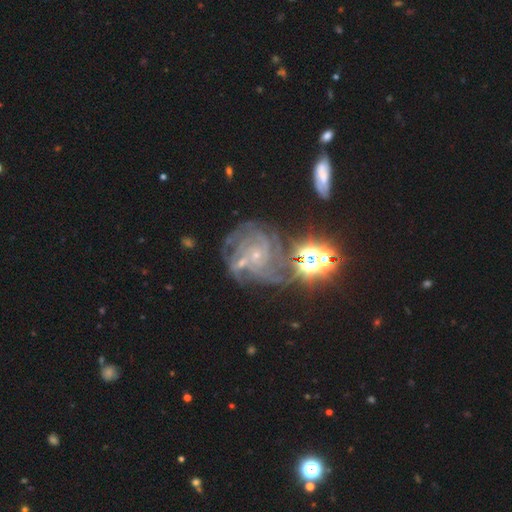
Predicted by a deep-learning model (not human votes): Smooth or featured: featured or disk — 77% (star or artifact — 16%)
Edge-on disk: no — 98% (yes — 2%)
Bar: no — 74% (weak — 19%)
Spiral arms: yes — 94% (no — 6%)
Spiral winding: tight — 62% (medium — 31%)
Spiral arm count: can't tell — 27% (4 — 22%)
Bulge size: small — 81% (moderate — 11%)
Merging: none — 49% (major disturbance — 17%)